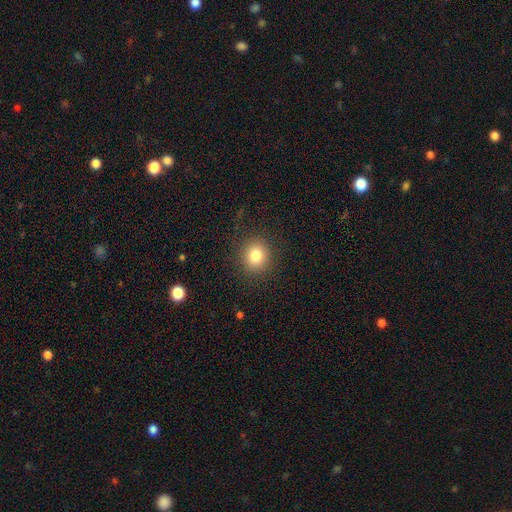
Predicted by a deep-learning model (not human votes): smooth_or_featured: smooth (p=0.81) [alt: star or artifact p=0.11]
how_rounded: round (p=0.84) [alt: in between p=0.15]
merging: none (p=0.89) [alt: minor disturbance p=0.07]